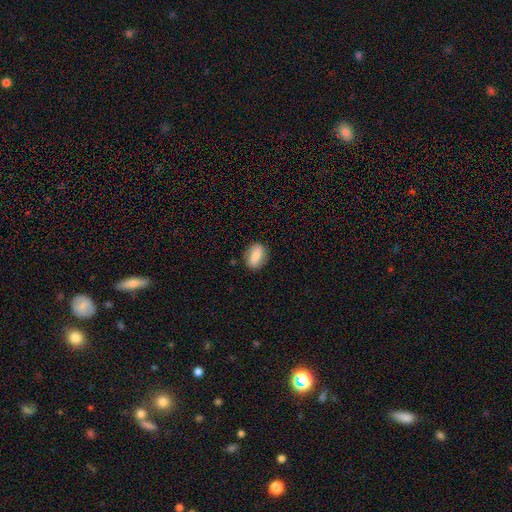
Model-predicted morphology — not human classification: smooth 73%, featured or disk 20%, star or artifact 7%. Down the decision tree: how rounded — in between (76%); merging — none (84%).